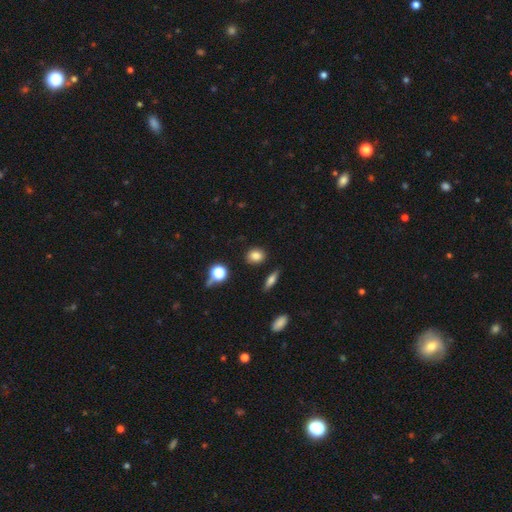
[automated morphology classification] Smooth or featured? Predicted: smooth (p=0.82). How rounded? Predicted: round (p=0.59). Merging? Predicted: none (p=0.86).